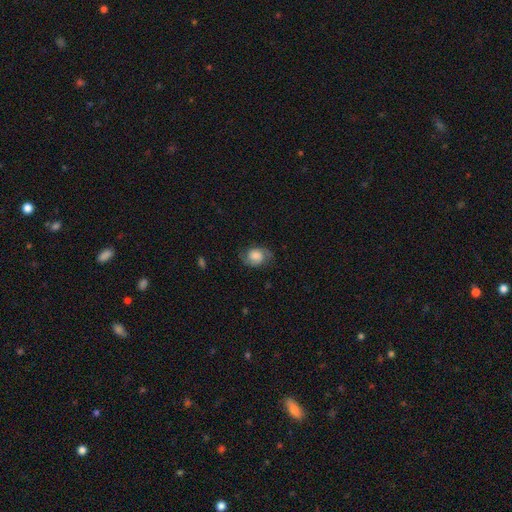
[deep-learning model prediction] Smooth or featured?
  - featured or disk: 50% *
  - smooth: 41%
  - star or artifact: 9%
Merging?
  - none: 69% *
  - minor disturbance: 21%
  - major disturbance: 9%
  - merger: 1%